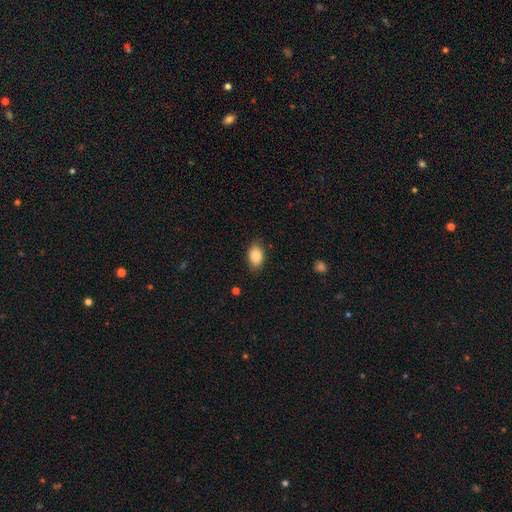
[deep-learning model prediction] Morphology: type=smooth (85%); roundness=in between (86%); merging=none (83%).